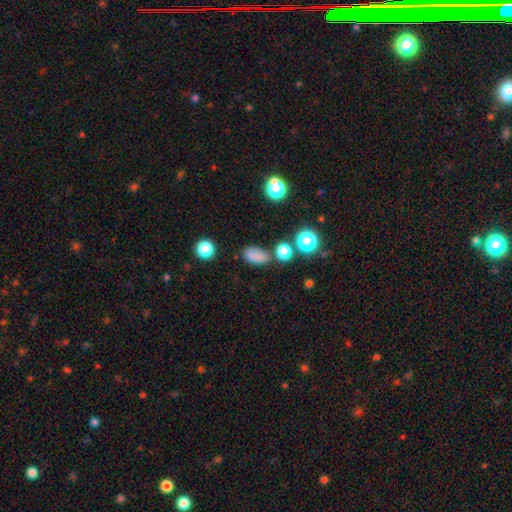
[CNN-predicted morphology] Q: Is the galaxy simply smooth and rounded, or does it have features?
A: smooth — 78%.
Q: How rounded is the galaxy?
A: in between — 84%.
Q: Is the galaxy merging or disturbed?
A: none — 65%.